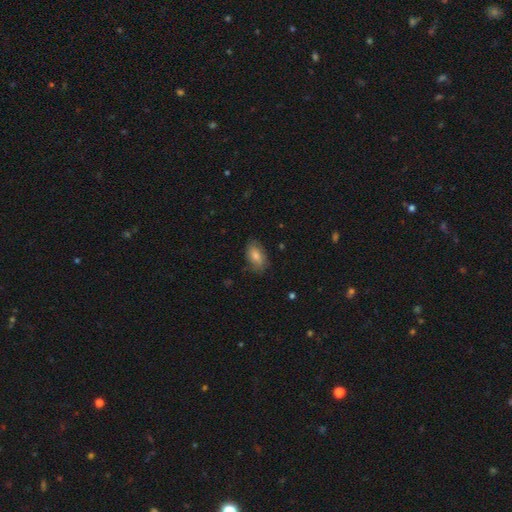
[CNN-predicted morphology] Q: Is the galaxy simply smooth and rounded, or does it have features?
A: smooth — 65%.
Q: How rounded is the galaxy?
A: in between — 90%.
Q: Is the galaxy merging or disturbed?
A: none — 77%.